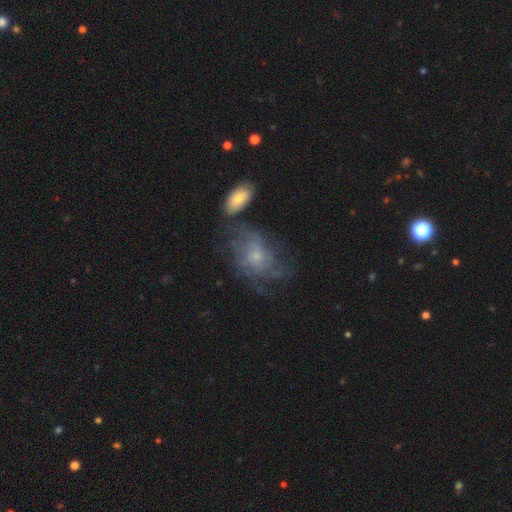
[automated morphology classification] smooth_or_featured: featured or disk (p=0.67) [alt: smooth p=0.22]
disk_edge_on: no (p=0.96) [alt: yes p=0.04]
bar: no (p=0.80) [alt: weak p=0.18]
has_spiral_arms: yes (p=0.79) [alt: no p=0.21]
spiral_winding: medium (p=0.39) [alt: tight p=0.38]
spiral_arm_count: can't tell (p=0.50) [alt: 4 p=0.14]
bulge_size: small (p=0.72) [alt: moderate p=0.19]
merging: none (p=0.48) [alt: minor disturbance p=0.22]